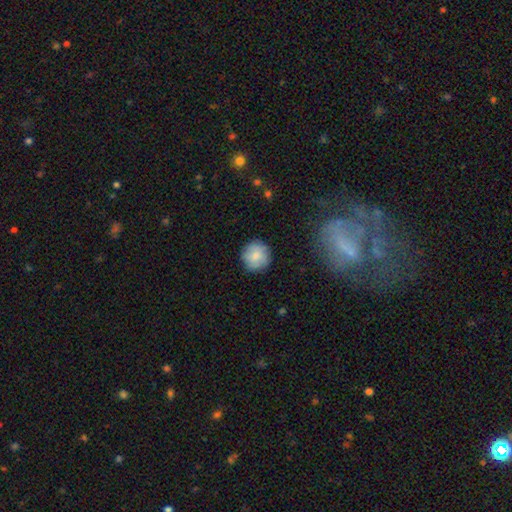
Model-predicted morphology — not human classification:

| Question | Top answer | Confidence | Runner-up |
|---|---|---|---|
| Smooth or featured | smooth | 79% | featured or disk (13%) |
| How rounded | round | 94% | in between (5%) |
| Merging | none | 86% | minor disturbance (11%) |